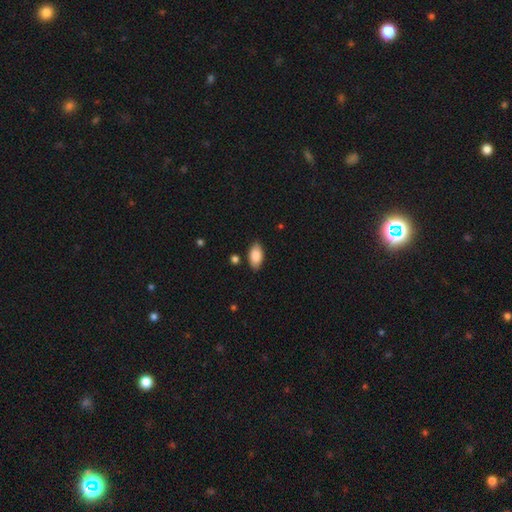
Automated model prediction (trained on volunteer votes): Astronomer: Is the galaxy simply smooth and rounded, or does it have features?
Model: smooth — 88%.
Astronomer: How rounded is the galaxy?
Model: in between — 94%.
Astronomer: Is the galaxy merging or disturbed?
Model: none — 84%.